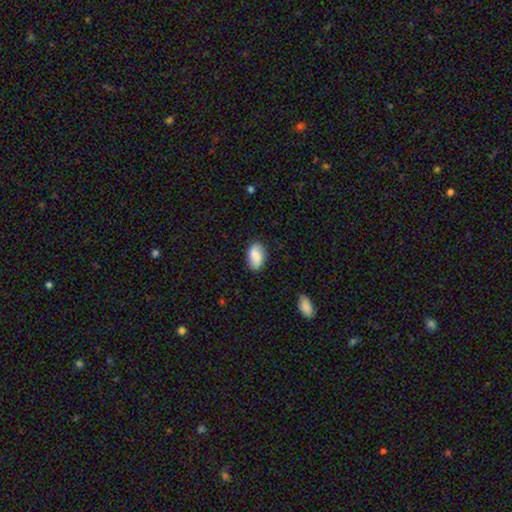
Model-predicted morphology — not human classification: smooth_or_featured: smooth (p=0.73) [alt: featured or disk p=0.19]
how_rounded: in between (p=0.91) [alt: round p=0.07]
merging: none (p=0.80) [alt: minor disturbance p=0.15]